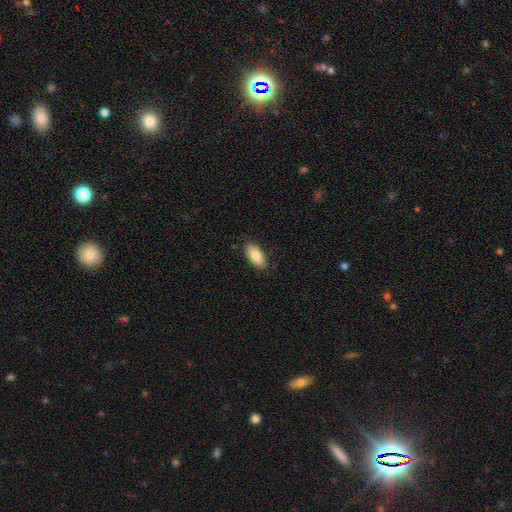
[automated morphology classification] This is clearly a smooth galaxy (83%). How rounded: clearly in between (91%). Merging: clearly none (86%).